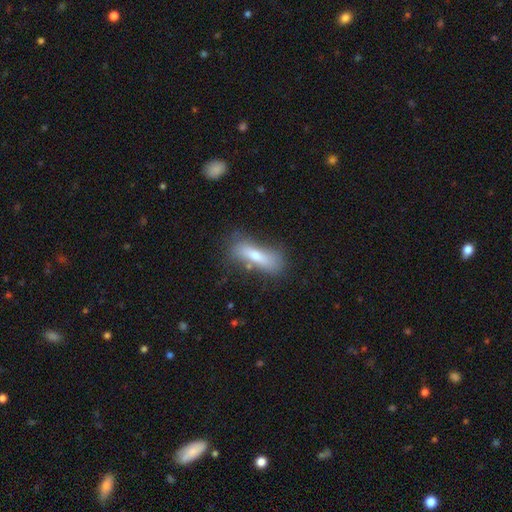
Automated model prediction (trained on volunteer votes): Smooth or featured: smooth — 64% (featured or disk — 28%)
How rounded: cigar-shaped — 51% (in between — 46%)
Merging: none — 58% (minor disturbance — 24%)